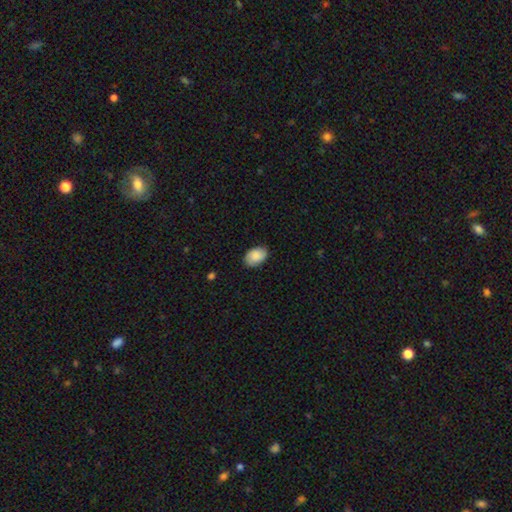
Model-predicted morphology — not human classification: A smooth galaxy with no disk features (82%) that is in between round and cigar-shaped (86%). Merging: none (82%).